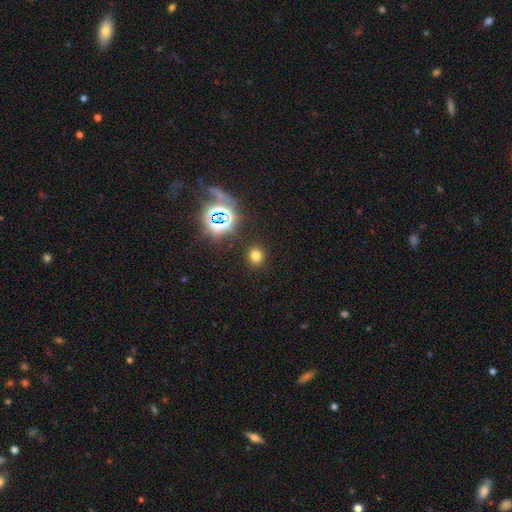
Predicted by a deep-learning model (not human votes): A smooth galaxy with no disk features (70%) that is round (82%). Merging: none (89%).